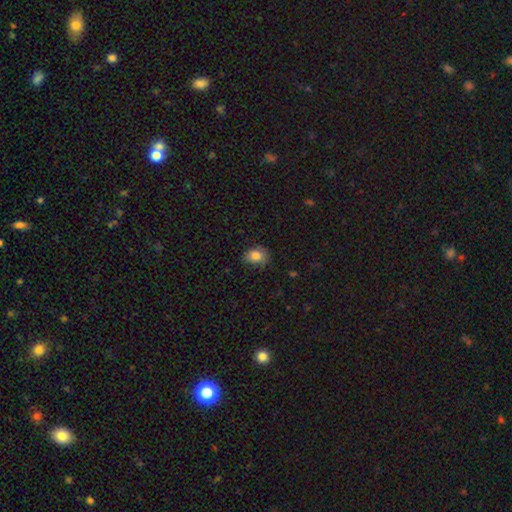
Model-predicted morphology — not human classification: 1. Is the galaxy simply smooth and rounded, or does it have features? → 83% smooth, 10% star or artifact, 7% featured or disk.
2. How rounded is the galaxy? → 60% in between, 39% round, 1% cigar-shaped.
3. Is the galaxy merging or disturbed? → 71% none, 23% minor disturbance, 5% major disturbance, 1% merger.